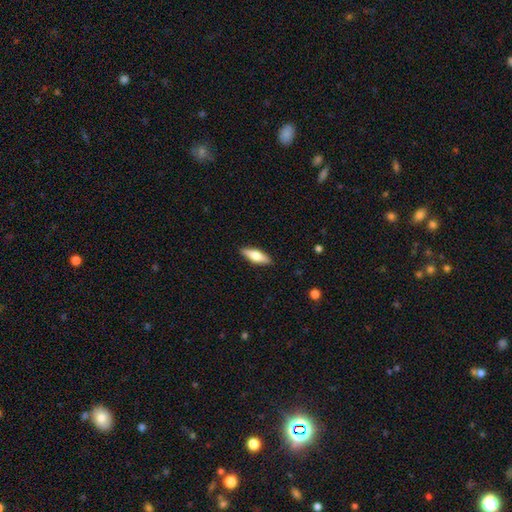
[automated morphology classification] Q: Smooth or featured?
A: smooth (63%); runner-up: featured or disk (31%)
Q: How rounded?
A: in between (54%); runner-up: cigar-shaped (44%)
Q: Merging?
A: none (89%); runner-up: minor disturbance (8%)